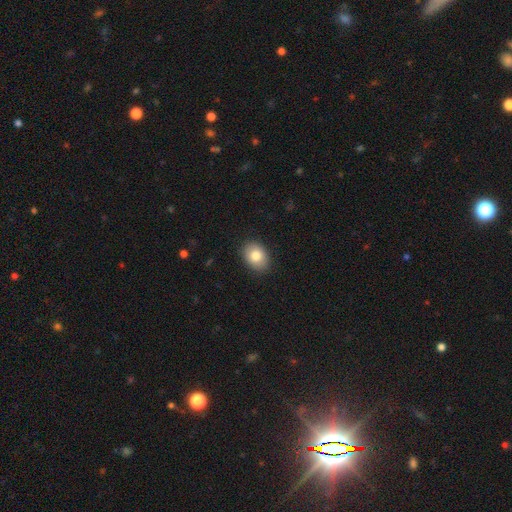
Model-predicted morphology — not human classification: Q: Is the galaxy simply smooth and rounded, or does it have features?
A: smooth — 81%.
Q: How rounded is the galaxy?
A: in between — 73%.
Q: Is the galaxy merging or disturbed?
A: none — 88%.